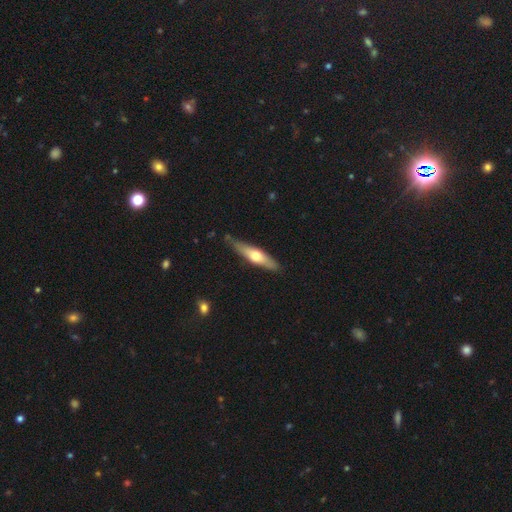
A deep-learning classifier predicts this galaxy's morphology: This is possibly a featured or disk galaxy (49%). Merging: likely none (79%).